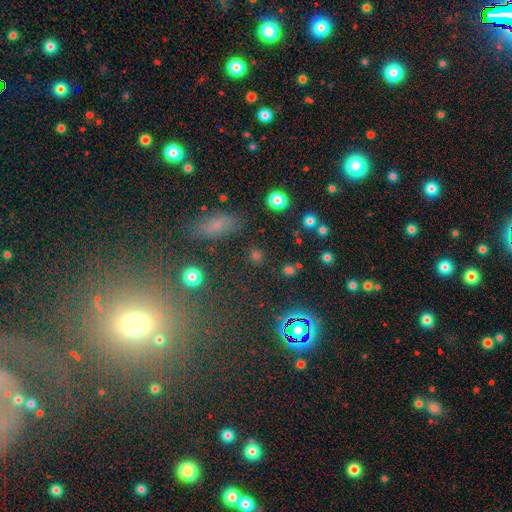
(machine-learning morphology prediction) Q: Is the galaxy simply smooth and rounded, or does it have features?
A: smooth — 56%.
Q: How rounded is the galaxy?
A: round — 61%.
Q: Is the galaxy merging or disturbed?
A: none — 82%.